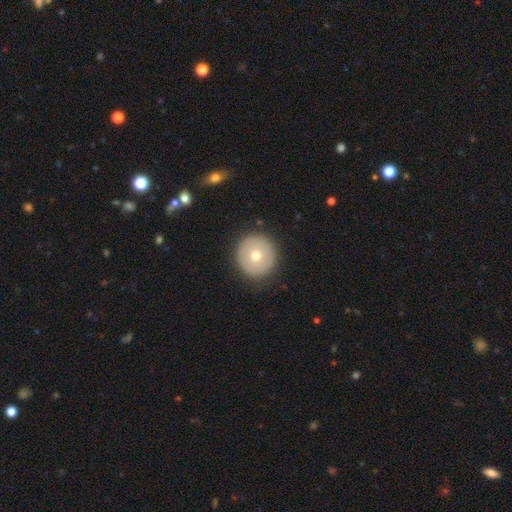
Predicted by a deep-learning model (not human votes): smooth_or_featured: smooth (p=0.63) [alt: featured or disk p=0.29]
how_rounded: round (p=0.95) [alt: in between p=0.04]
merging: none (p=0.91) [alt: minor disturbance p=0.06]